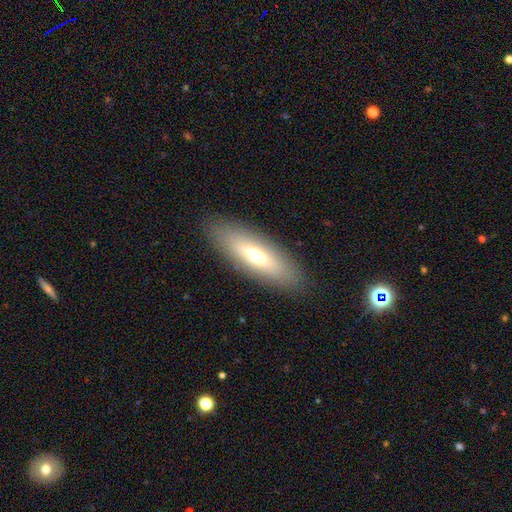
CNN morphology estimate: Smooth or featured?
  - smooth: 62% *
  - featured or disk: 30%
  - star or artifact: 8%
How rounded?
  - in between: 59% *
  - cigar-shaped: 39%
  - round: 2%
Merging?
  - none: 87% *
  - minor disturbance: 8%
  - major disturbance: 3%
  - merger: 1%